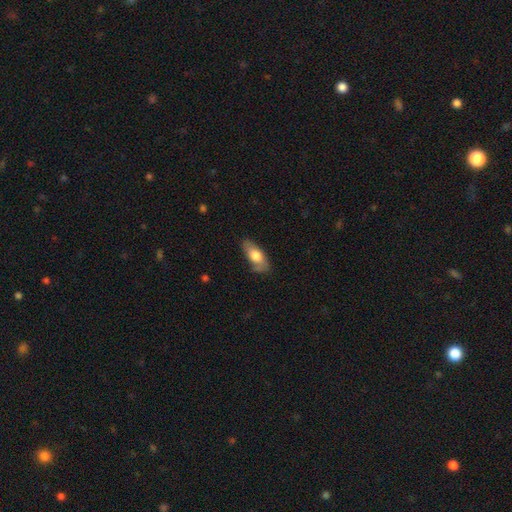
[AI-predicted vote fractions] smooth_or_featured: smooth (p=0.68) [alt: featured or disk p=0.27]
how_rounded: in between (p=0.83) [alt: cigar-shaped p=0.14]
merging: none (p=0.71) [alt: minor disturbance p=0.22]